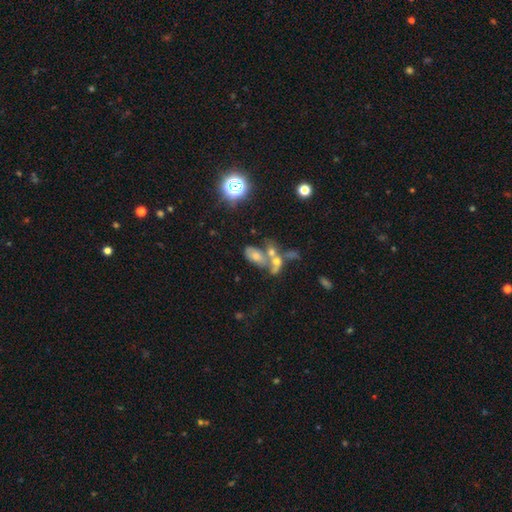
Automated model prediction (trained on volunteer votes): Q: Smooth or featured?
A: smooth (53%); runner-up: featured or disk (28%)
Q: How rounded?
A: in between (84%); runner-up: round (11%)
Q: Merging?
A: merger (56%); runner-up: none (24%)